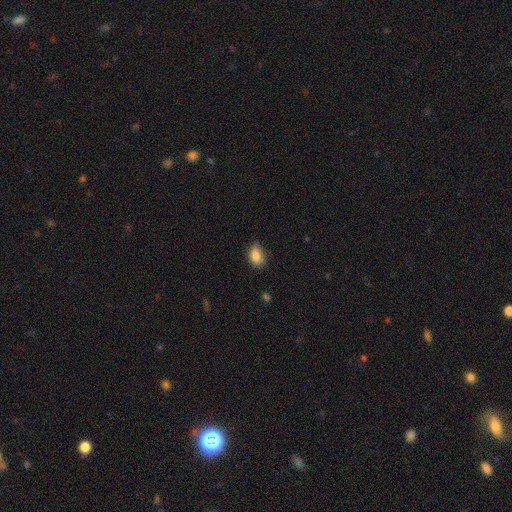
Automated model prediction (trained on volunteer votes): Smooth or featured? Predicted: smooth (p=0.86). How rounded? Predicted: in between (p=0.86). Merging? Predicted: none (p=0.68).